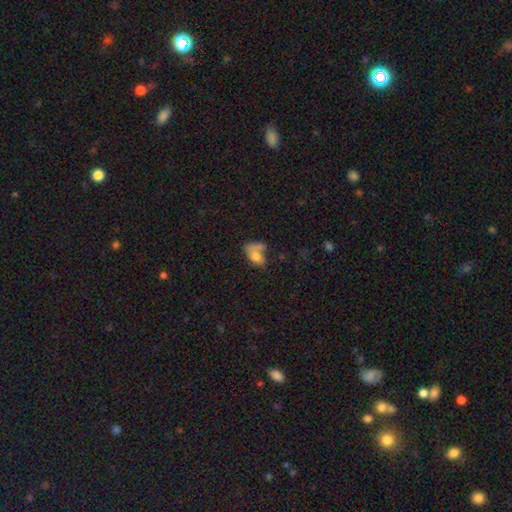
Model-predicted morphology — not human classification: Smooth or featured: smooth — 71% (featured or disk — 19%)
How rounded: in between — 84% (round — 12%)
Merging: merger — 35% (none — 29%)